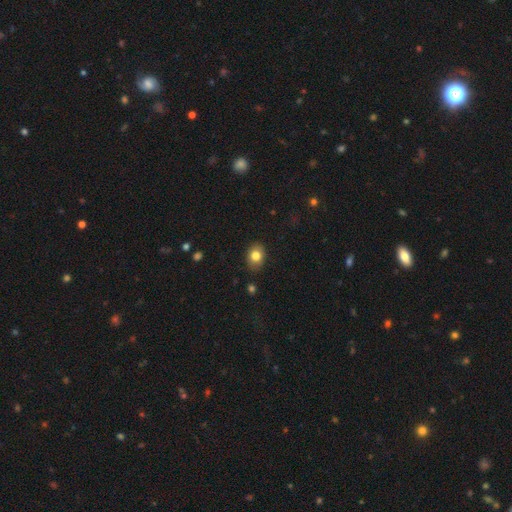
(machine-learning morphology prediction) smooth_or_featured: smooth (p=0.81) [alt: featured or disk p=0.10]
how_rounded: in between (p=0.63) [alt: round p=0.36]
merging: none (p=0.85) [alt: minor disturbance p=0.12]